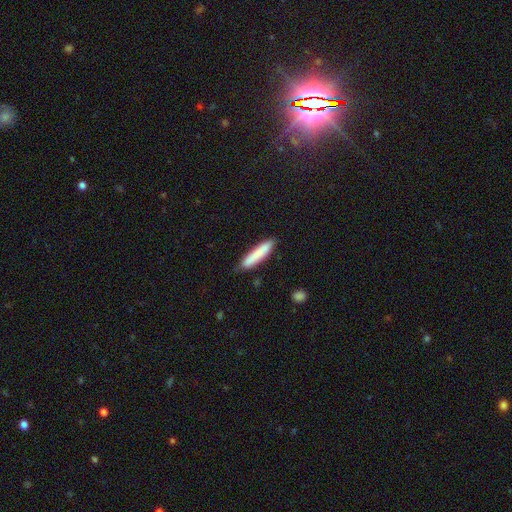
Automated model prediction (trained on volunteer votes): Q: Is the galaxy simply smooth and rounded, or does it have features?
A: smooth — 83%.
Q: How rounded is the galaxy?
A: cigar-shaped — 86%.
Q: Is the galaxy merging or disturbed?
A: none — 80%.